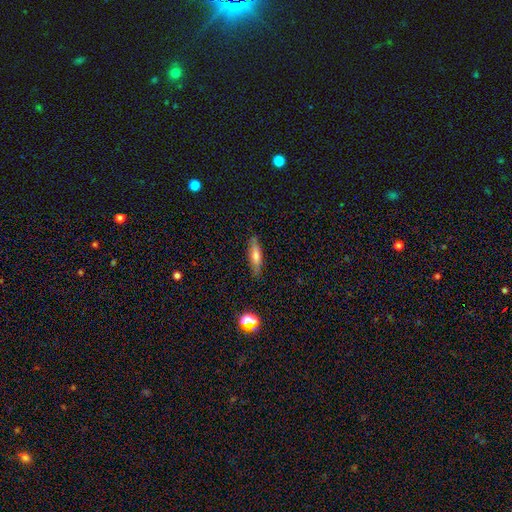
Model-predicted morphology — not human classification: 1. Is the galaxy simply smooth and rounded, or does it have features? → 59% smooth, 31% featured or disk, 9% star or artifact.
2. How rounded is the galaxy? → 74% cigar-shaped, 24% in between, 2% round.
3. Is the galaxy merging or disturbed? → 84% none, 12% minor disturbance, 2% major disturbance, 2% merger.